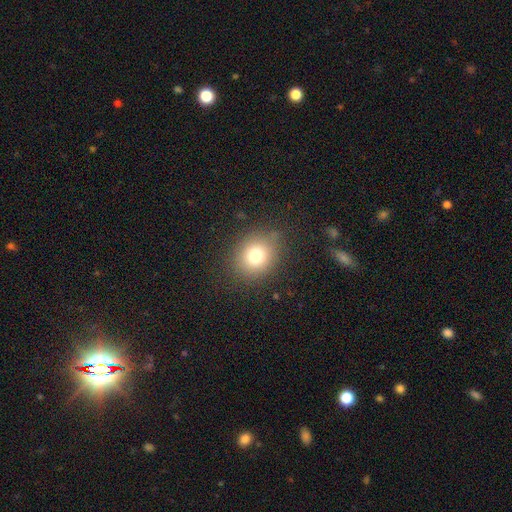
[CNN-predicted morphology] The model was most divided on "how rounded": round: 72%, in between: 27%, cigar-shaped: 1%. More confident: merging — none (83%); smooth or featured — smooth (76%).